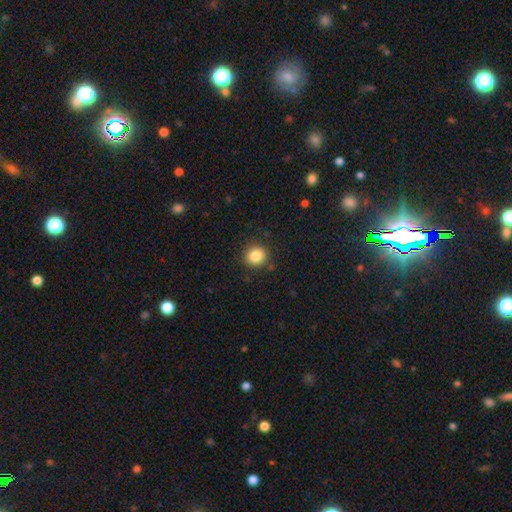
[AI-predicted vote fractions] Smooth or featured? smooth (85%)
How rounded? round (85%)
Merging? none (88%)